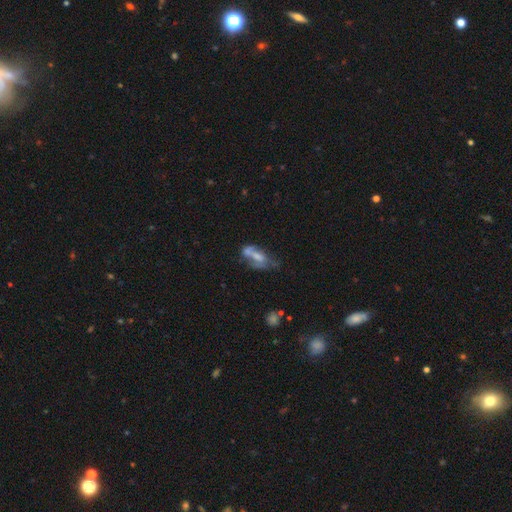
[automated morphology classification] Smooth or featured?
  - featured or disk: 45% *
  - smooth: 44%
  - star or artifact: 11%
Merging?
  - merger: 29% *
  - none: 27%
  - major disturbance: 23%
  - minor disturbance: 21%